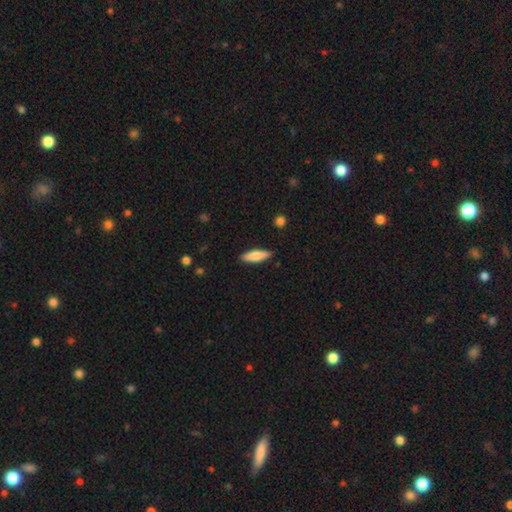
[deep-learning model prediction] smooth-or-featured: smooth: 73% | featured or disk: 21% | star or artifact: 6%
  how-rounded: cigar-shaped: 64% | in between: 35% | round: 2%
  merging: none: 88% | minor disturbance: 9% | major disturbance: 2% | merger: 1%